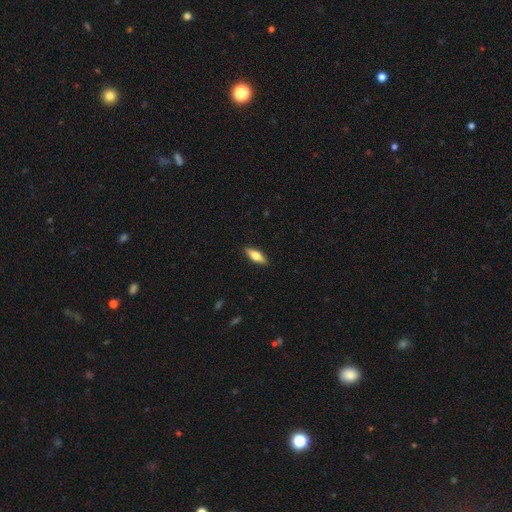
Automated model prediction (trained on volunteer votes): Morphology: type=smooth (59%); roundness=in between (55%); merging=none (89%).